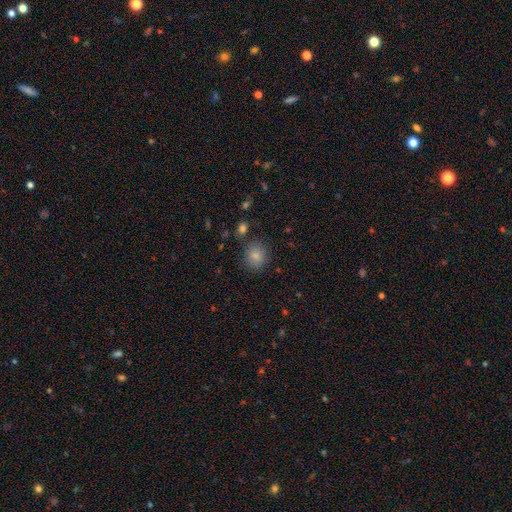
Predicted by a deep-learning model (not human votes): This appears to be a smooth galaxy with no disk features (83%) that is round (77%). Merging: none (81%).